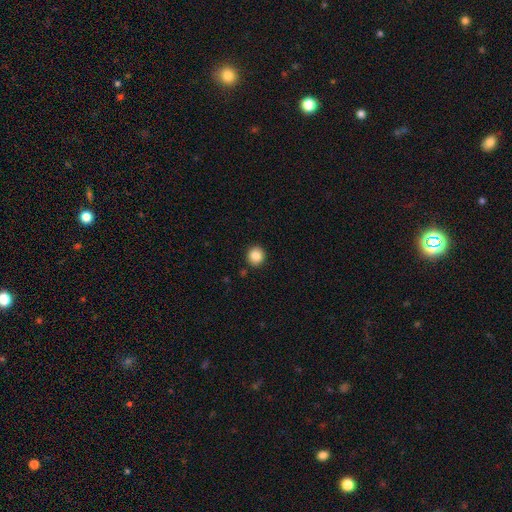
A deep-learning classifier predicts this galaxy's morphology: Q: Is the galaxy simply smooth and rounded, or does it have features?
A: smooth — 87%.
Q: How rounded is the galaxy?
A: round — 88%.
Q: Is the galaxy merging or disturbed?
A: none — 90%.